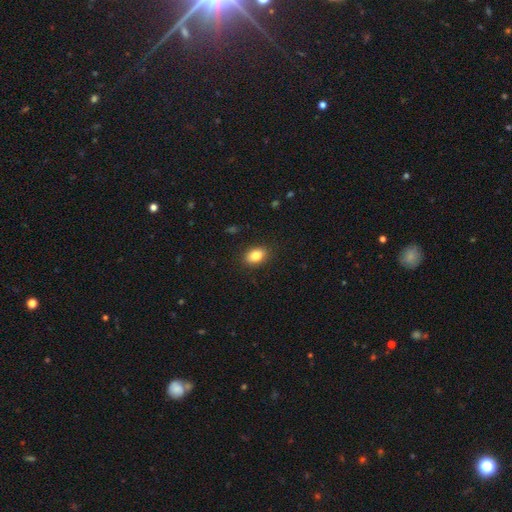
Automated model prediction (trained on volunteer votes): Smooth or featured? smooth (84%)
How rounded? in between (81%)
Merging? none (88%)